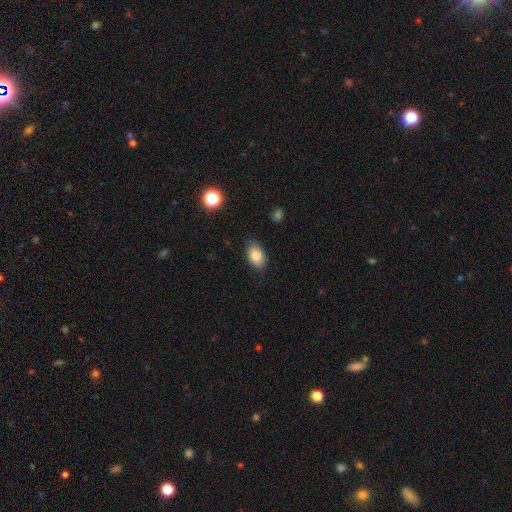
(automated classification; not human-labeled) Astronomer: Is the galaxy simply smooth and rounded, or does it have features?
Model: smooth — 85%.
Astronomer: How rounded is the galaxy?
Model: in between — 90%.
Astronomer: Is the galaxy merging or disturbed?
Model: none — 83%.